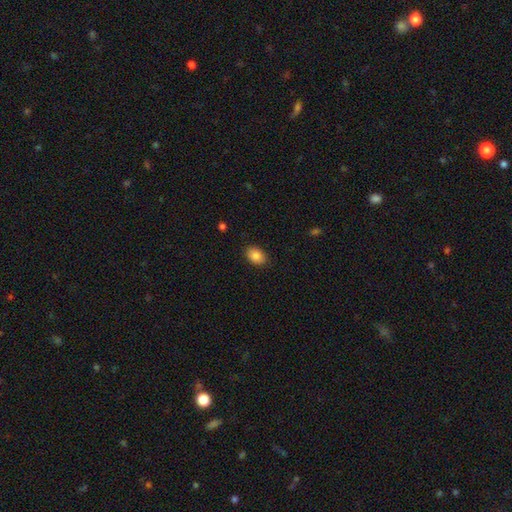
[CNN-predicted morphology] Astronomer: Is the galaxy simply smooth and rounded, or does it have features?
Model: smooth — 86%.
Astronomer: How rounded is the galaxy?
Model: in between — 79%.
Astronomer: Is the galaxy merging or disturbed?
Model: none — 88%.